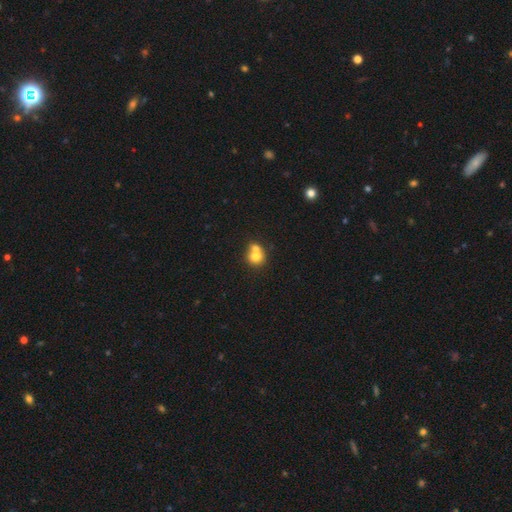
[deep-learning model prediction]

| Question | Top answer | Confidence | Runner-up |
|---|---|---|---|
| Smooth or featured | smooth | 72% | featured or disk (17%) |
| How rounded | round | 77% | in between (22%) |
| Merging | merger | 59% | none (32%) |